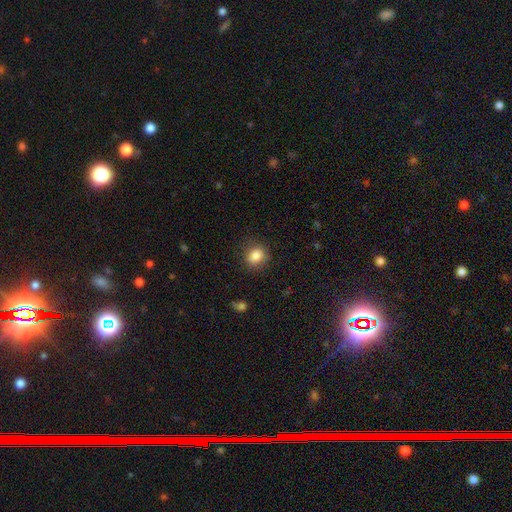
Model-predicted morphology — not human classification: smooth_or_featured: smooth (p=0.85) [alt: star or artifact p=0.09]
how_rounded: round (p=0.63) [alt: in between p=0.36]
merging: none (p=0.84) [alt: minor disturbance p=0.12]